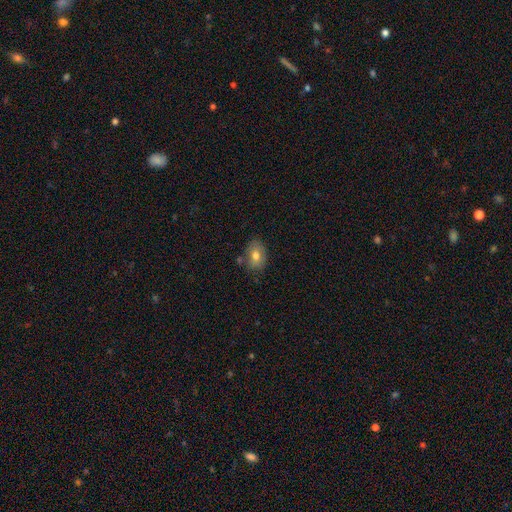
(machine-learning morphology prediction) smooth-or-featured: smooth: 74% | featured or disk: 18% | star or artifact: 8%
  how-rounded: in between: 79% | round: 19% | cigar-shaped: 1%
  merging: none: 72% | minor disturbance: 17% | merger: 6% | major disturbance: 4%